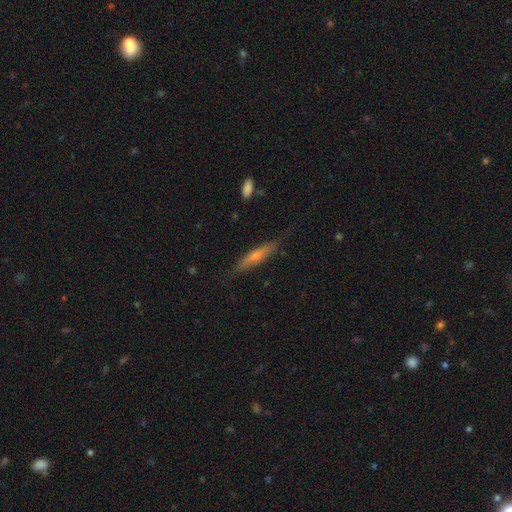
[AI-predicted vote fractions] featured or disk 48%, smooth 45%, star or artifact 7%. Down the decision tree: merging — none (82%).